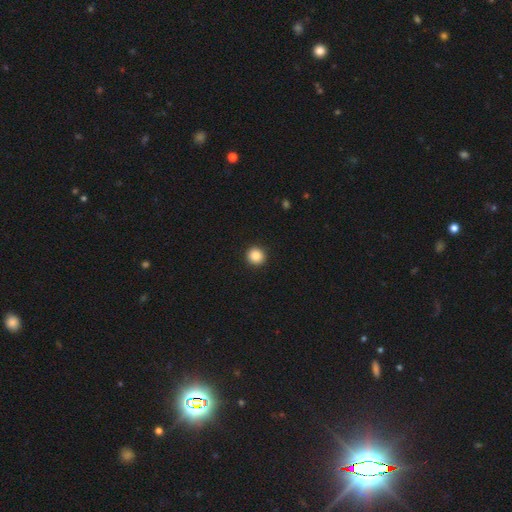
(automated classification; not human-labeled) Smooth or featured? Predicted: smooth (p=0.88). How rounded? Predicted: round (p=0.94). Merging? Predicted: none (p=0.93).